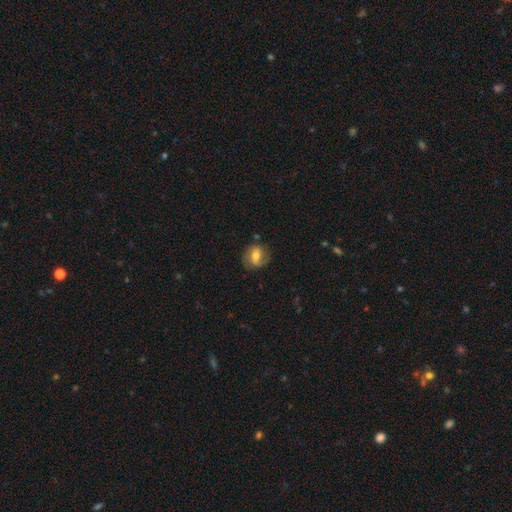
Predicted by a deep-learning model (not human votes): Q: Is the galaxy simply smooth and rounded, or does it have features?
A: featured or disk — 55%.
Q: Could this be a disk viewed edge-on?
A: no — 95%.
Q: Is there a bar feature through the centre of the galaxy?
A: weak — 40%.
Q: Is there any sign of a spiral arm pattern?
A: yes — 77%.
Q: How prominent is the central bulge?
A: moderate — 62%.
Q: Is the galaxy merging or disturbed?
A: none — 72%.